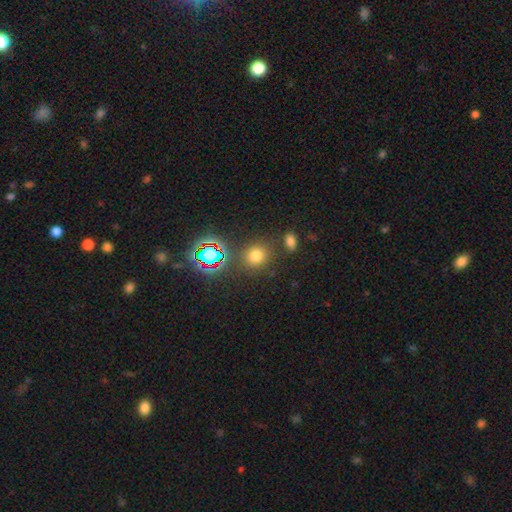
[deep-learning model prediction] A smooth galaxy with no disk features (69%) that is round (82%).

Vote fractions:
- Smooth or featured? smooth: 69% / star or artifact: 24% / featured or disk: 8%
- How rounded? round: 82% / in between: 17% / cigar-shaped: 1%
- Merging? none: 81% / minor disturbance: 9% / merger: 6% / major disturbance: 4%